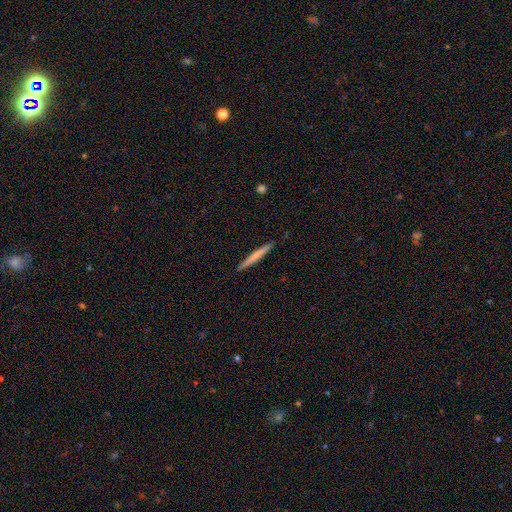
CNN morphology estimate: smooth 64%, featured or disk 31%, star or artifact 5%. Down the decision tree: how rounded — cigar-shaped (97%); merging — none (92%).